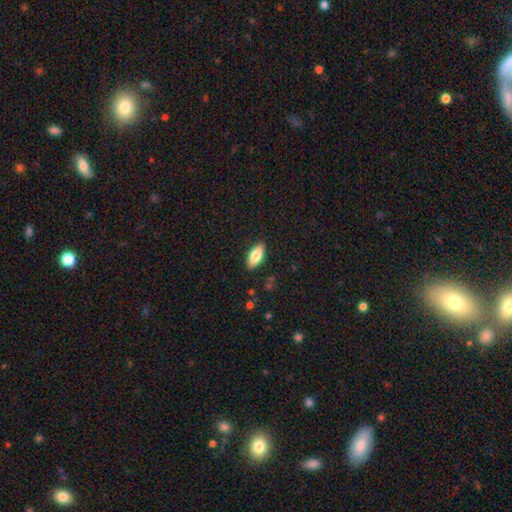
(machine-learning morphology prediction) smooth_or_featured: smooth (p=0.77) [alt: featured or disk p=0.16]
how_rounded: in between (p=0.84) [alt: cigar-shaped p=0.14]
merging: none (p=0.88) [alt: minor disturbance p=0.09]